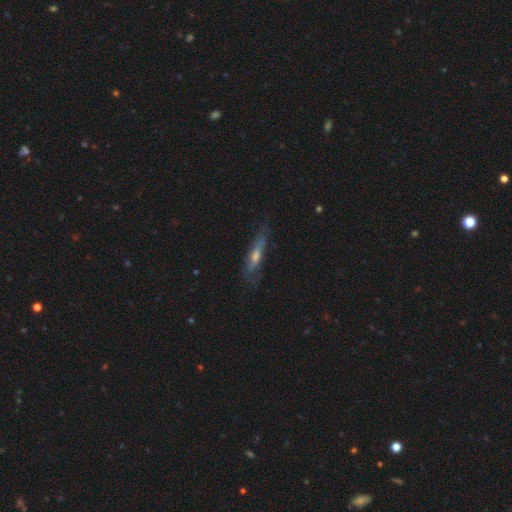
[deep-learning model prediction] A featured or disk galaxy (57%) viewed edge-on (70%).

Vote fractions:
- Smooth or featured? featured or disk: 57% / smooth: 34% / star or artifact: 9%
- Edge-on disk? yes: 70% / no: 30%
- Merging? none: 67% / minor disturbance: 22% / major disturbance: 9% / merger: 2%